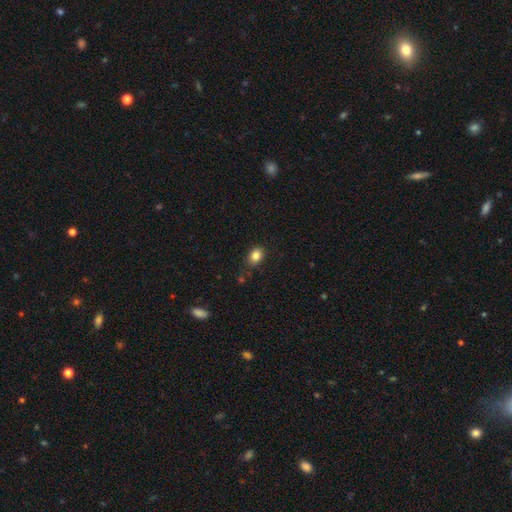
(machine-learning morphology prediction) Q: Smooth or featured?
A: smooth (84%); runner-up: star or artifact (11%)
Q: How rounded?
A: in between (61%); runner-up: round (38%)
Q: Merging?
A: none (80%); runner-up: minor disturbance (14%)